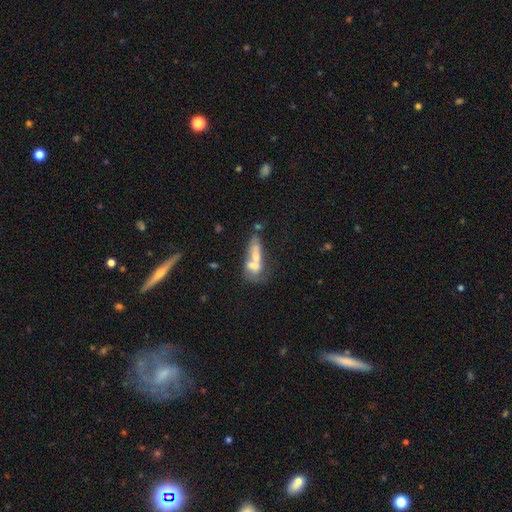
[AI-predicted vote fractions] Smooth or featured: smooth — 50% (featured or disk — 41%)
Merging: merger — 61% (none — 17%)